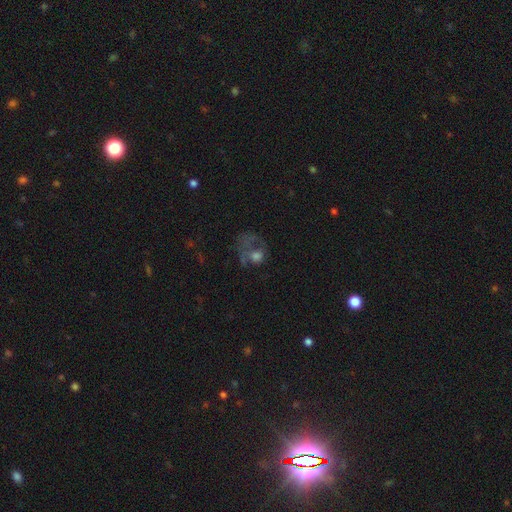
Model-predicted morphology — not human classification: Smooth or featured: featured or disk — 43% (smooth — 39%)
Merging: major disturbance — 52% (none — 26%)